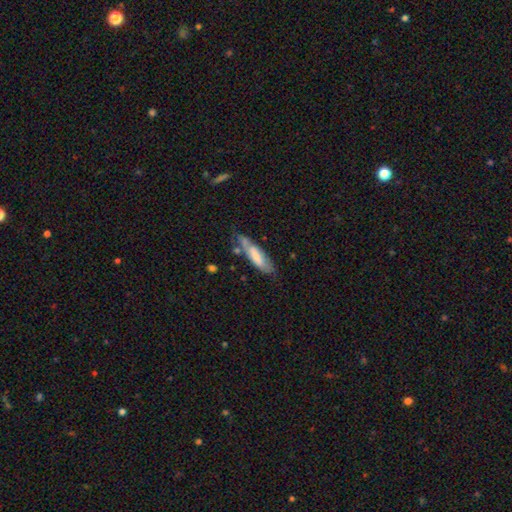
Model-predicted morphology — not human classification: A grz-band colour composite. It shows a smooth galaxy with no disk features (61%) that is cigar-shaped (57%). Merging: none (50%).